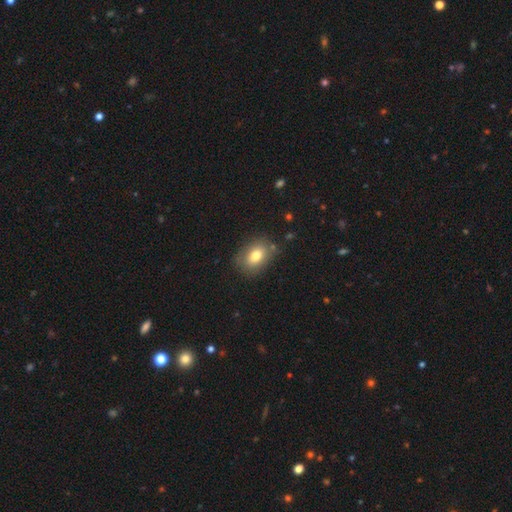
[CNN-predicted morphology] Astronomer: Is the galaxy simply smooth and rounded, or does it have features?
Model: smooth — 76%.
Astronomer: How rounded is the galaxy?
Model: in between — 75%.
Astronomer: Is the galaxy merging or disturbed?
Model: none — 79%.